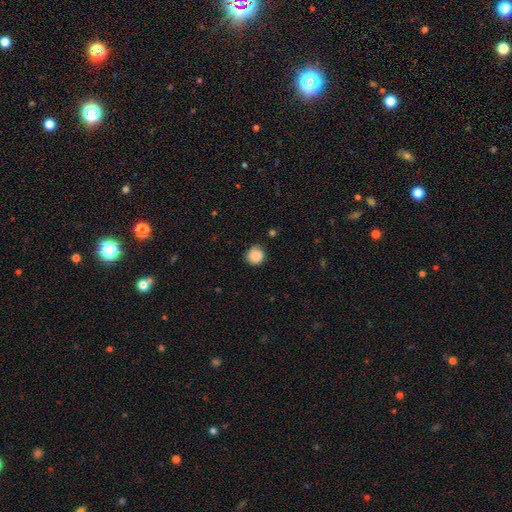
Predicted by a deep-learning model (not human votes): Morphology: type=smooth (87%); roundness=round (91%); merging=none (79%).